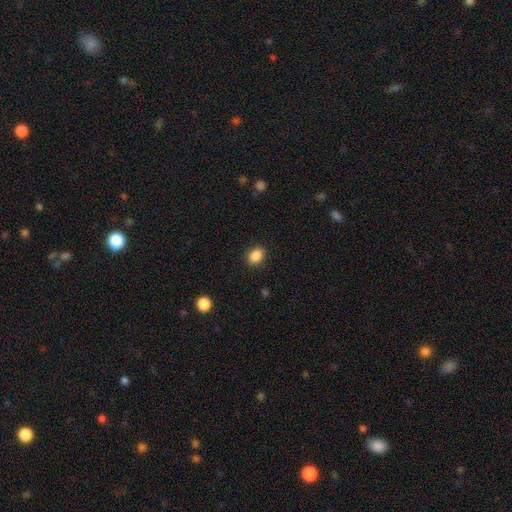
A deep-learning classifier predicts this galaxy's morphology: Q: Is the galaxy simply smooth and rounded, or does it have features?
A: smooth — 88%.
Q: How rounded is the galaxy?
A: in between — 66%.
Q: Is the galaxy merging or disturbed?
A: none — 89%.